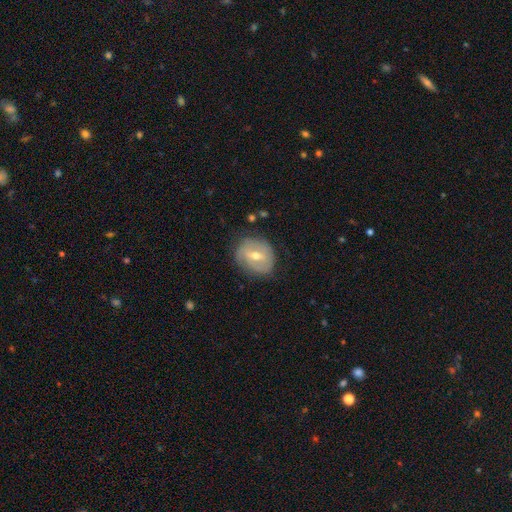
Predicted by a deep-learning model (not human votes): A featured or disk galaxy (62%) with a weak bar (50%), spiral arms (62%) and a moderate central bulge (62%). Merging: none (73%).